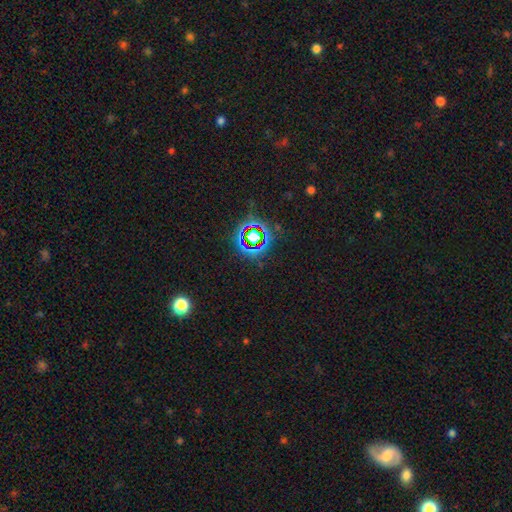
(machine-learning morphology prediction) The model was most divided on "smooth or featured": star or artifact: 71%, smooth: 16%, featured or disk: 13%.